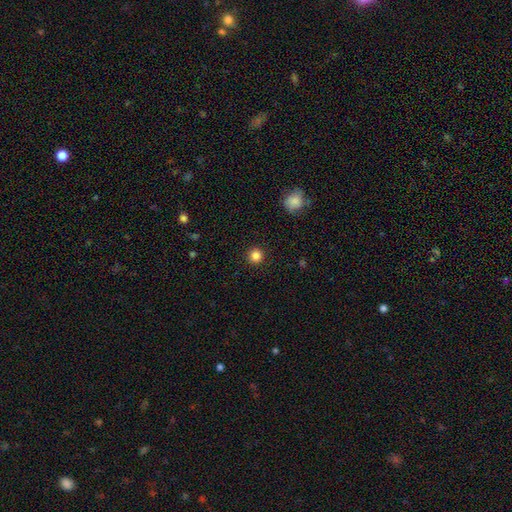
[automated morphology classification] Q: Smooth or featured?
A: smooth (84%); runner-up: star or artifact (12%)
Q: How rounded?
A: round (95%); runner-up: in between (4%)
Q: Merging?
A: none (92%); runner-up: minor disturbance (5%)